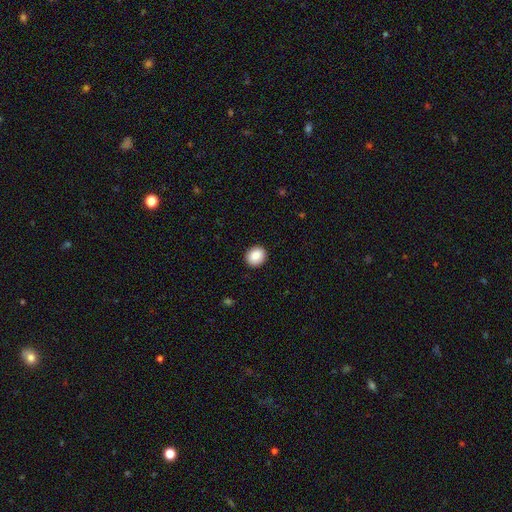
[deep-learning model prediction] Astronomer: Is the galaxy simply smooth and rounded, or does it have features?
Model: smooth — 88%.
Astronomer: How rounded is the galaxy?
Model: round — 70%.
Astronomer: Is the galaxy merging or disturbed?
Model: none — 91%.